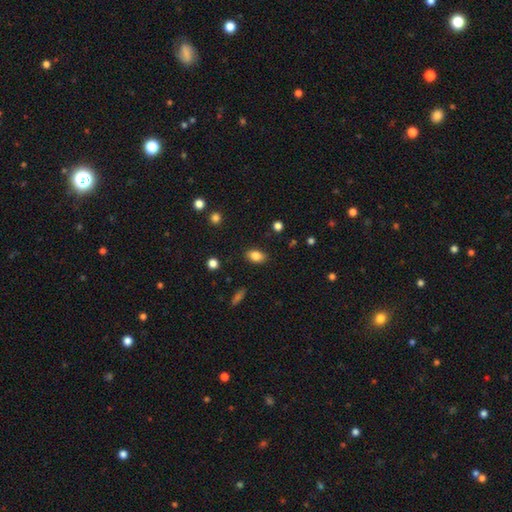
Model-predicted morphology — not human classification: smooth_or_featured: smooth (p=0.84) [alt: star or artifact p=0.09]
how_rounded: in between (p=0.86) [alt: round p=0.12]
merging: none (p=0.87) [alt: minor disturbance p=0.10]